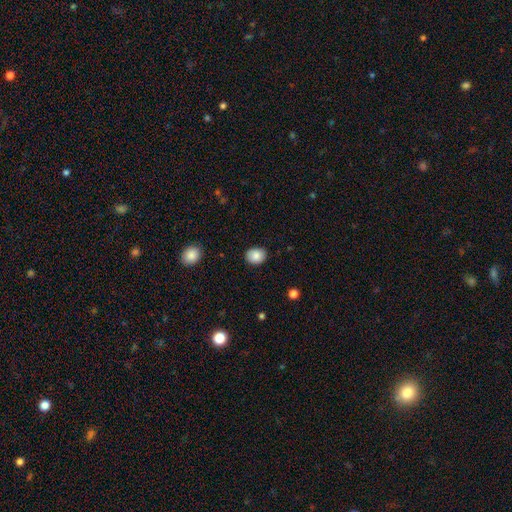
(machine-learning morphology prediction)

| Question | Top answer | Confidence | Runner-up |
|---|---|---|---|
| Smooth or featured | smooth | 87% | star or artifact (8%) |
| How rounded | round | 57% | in between (42%) |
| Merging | none | 87% | minor disturbance (10%) |